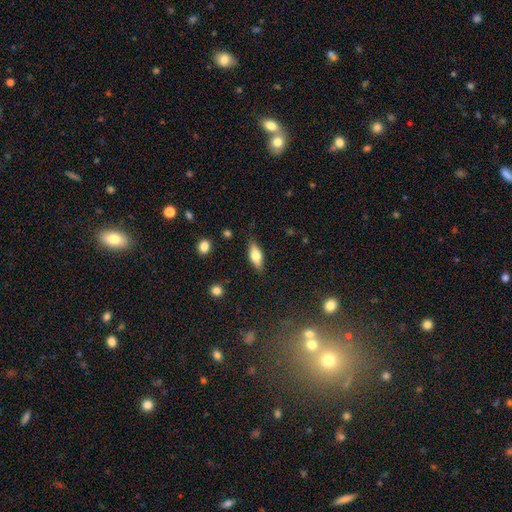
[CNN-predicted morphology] Smooth or featured: smooth — 65% (featured or disk — 28%)
How rounded: in between — 73% (cigar-shaped — 24%)
Merging: none — 83% (minor disturbance — 13%)